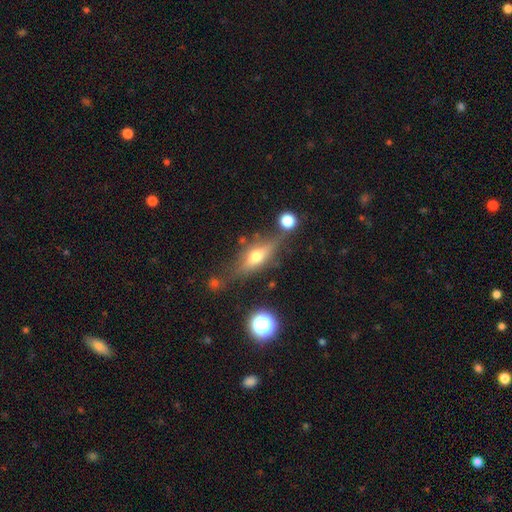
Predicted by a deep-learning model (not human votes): Morphology: type=featured or disk (54%); edge-on=yes (87%); merging=none (69%).